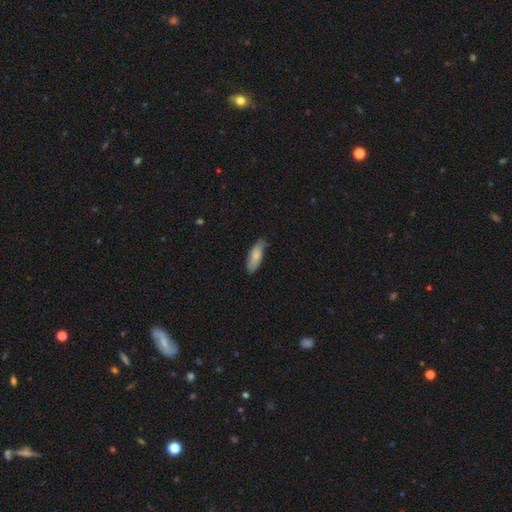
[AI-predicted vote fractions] Smooth or featured? Predicted: smooth (p=0.73). How rounded? Predicted: in between (p=0.68). Merging? Predicted: none (p=0.70).